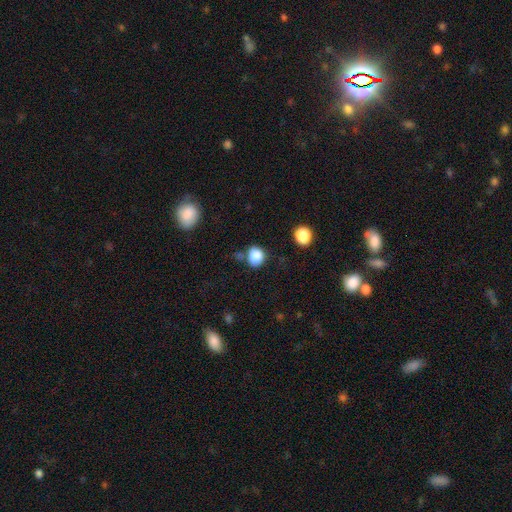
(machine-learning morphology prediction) Smooth or featured: smooth — 86% (star or artifact — 10%)
How rounded: round — 71% (in between — 28%)
Merging: none — 68% (minor disturbance — 18%)